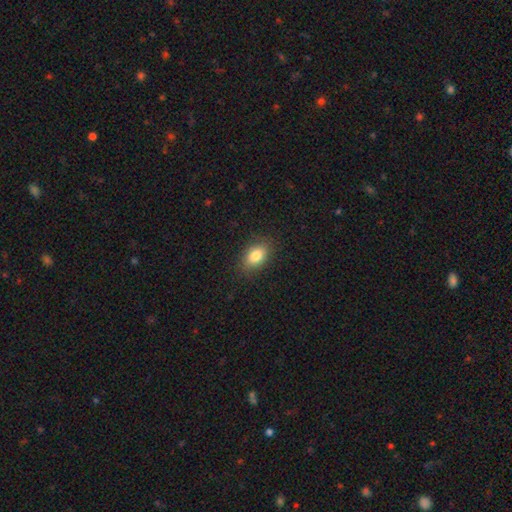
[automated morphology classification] Smooth or featured?
  - smooth: 83% *
  - star or artifact: 9%
  - featured or disk: 9%
How rounded?
  - in between: 84% *
  - round: 14%
  - cigar-shaped: 2%
Merging?
  - none: 85% *
  - minor disturbance: 11%
  - major disturbance: 3%
  - merger: 1%